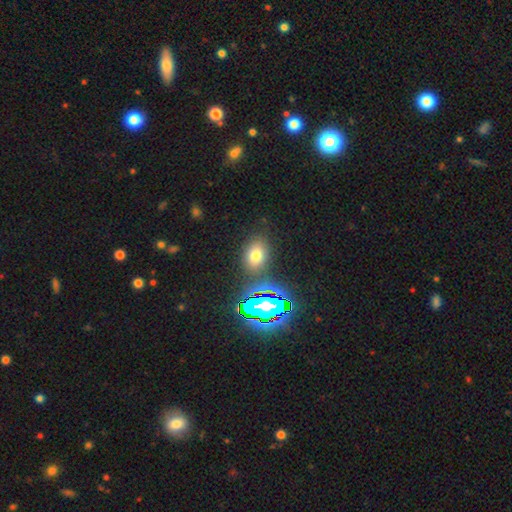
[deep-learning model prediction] smooth_or_featured: smooth (p=0.65) [alt: star or artifact p=0.24]
how_rounded: in between (p=0.67) [alt: round p=0.32]
merging: none (p=0.81) [alt: minor disturbance p=0.10]